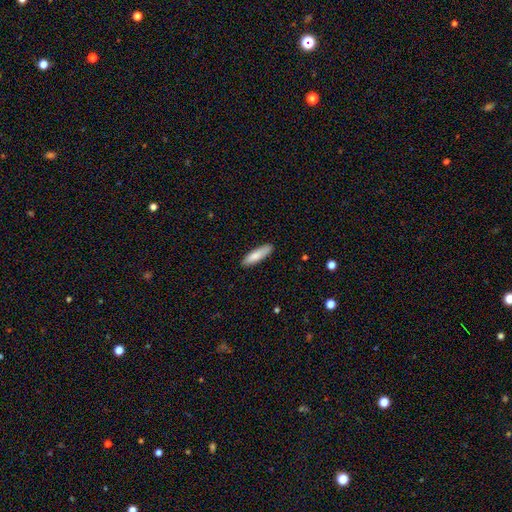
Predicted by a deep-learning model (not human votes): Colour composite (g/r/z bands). It shows a smooth galaxy with no disk features (82%) that is cigar-shaped (65%). Merging: none (87%).